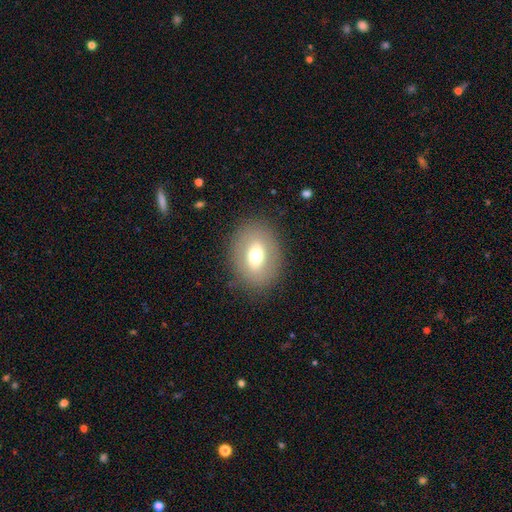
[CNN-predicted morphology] Smooth or featured: smooth — 61% (featured or disk — 29%)
How rounded: in between — 61% (round — 38%)
Merging: none — 83% (minor disturbance — 10%)